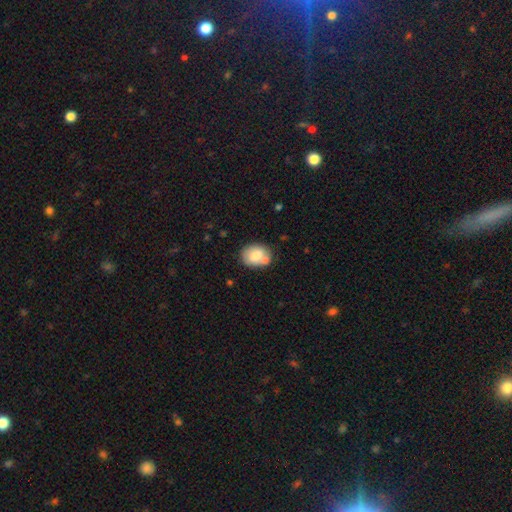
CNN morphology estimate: smooth_or_featured: smooth (p=0.72) [alt: featured or disk p=0.21]
how_rounded: in between (p=0.57) [alt: round p=0.42]
merging: none (p=0.57) [alt: merger p=0.22]